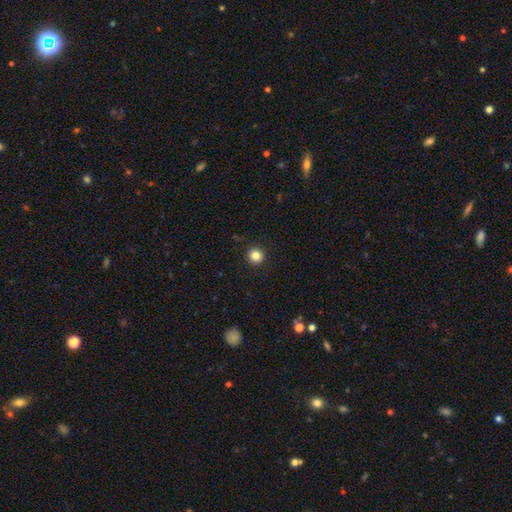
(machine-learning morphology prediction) smooth 84%, star or artifact 12%, featured or disk 4%. Down the decision tree: how rounded — round (95%); merging — none (93%).